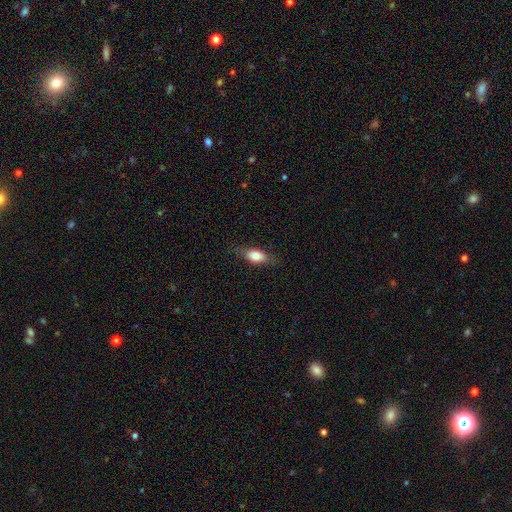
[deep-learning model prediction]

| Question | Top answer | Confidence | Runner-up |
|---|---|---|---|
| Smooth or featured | smooth | 73% | featured or disk (20%) |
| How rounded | in between | 78% | cigar-shaped (15%) |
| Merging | none | 77% | minor disturbance (17%) |